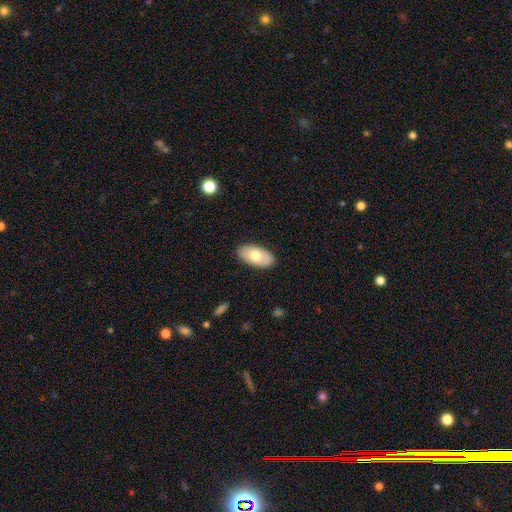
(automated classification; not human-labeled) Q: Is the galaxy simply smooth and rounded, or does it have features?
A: smooth — 68%.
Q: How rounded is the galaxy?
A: in between — 95%.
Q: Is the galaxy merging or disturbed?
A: none — 86%.